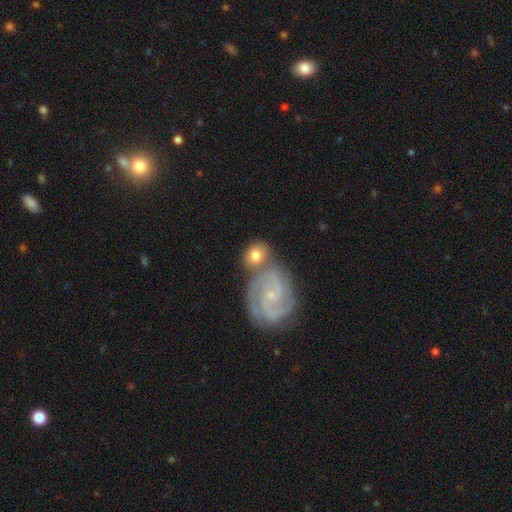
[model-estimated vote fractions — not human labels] Morphology: type=smooth (50%); roundness=round (67%); merging=none (57%).